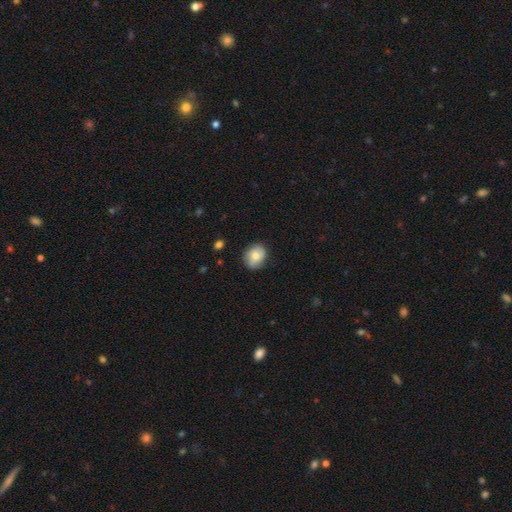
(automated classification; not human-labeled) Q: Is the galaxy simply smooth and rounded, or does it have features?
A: smooth — 77%.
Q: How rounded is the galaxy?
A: round — 57%.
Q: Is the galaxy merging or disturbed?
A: none — 83%.